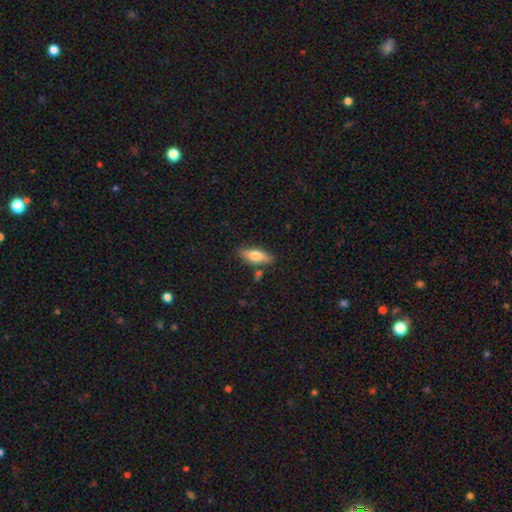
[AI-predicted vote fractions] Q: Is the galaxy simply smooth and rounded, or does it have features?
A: smooth — 73%.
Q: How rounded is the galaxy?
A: in between — 73%.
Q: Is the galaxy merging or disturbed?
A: none — 79%.